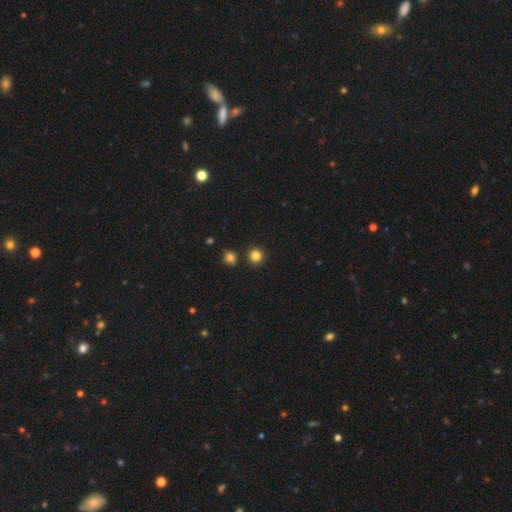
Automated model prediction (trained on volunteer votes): smooth-or-featured: smooth: 83% | star or artifact: 12% | featured or disk: 4%
  how-rounded: round: 94% | in between: 6% | cigar-shaped: 1%
  merging: none: 88% | minor disturbance: 5% | merger: 4% | major disturbance: 2%